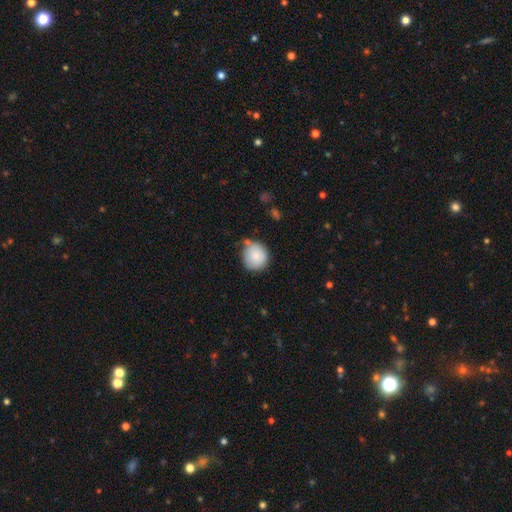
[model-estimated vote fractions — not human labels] smooth-or-featured: smooth: 85% | featured or disk: 8% | star or artifact: 7%
  how-rounded: round: 88% | in between: 11% | cigar-shaped: 1%
  merging: none: 67% | minor disturbance: 22% | merger: 7% | major disturbance: 5%